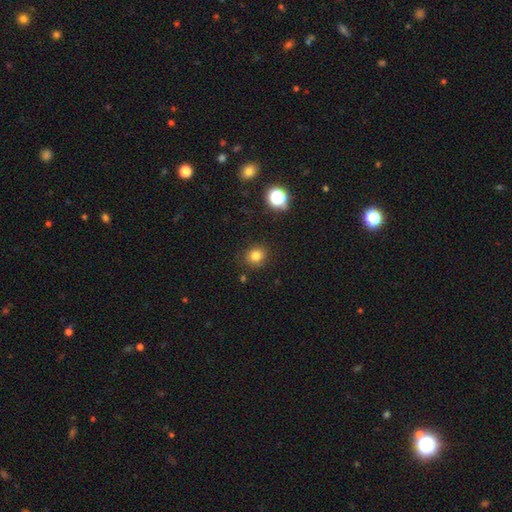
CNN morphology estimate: This appears to be a smooth galaxy with no disk features (80%) that is round (83%). Merging: none (87%).